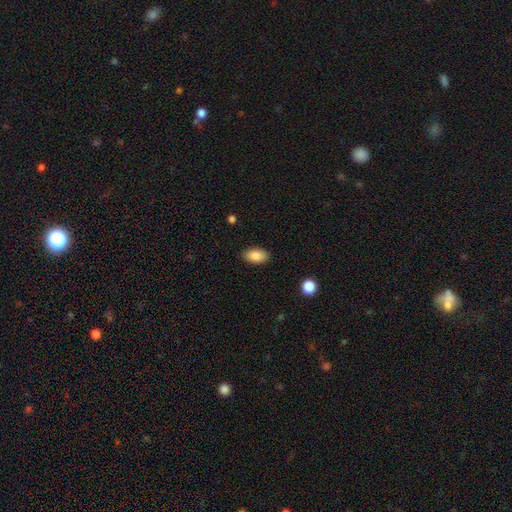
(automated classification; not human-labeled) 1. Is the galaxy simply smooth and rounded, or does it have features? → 86% smooth, 7% star or artifact, 7% featured or disk.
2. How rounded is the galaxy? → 93% in between, 4% round, 3% cigar-shaped.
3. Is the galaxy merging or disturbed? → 88% none, 9% minor disturbance, 2% major disturbance, 1% merger.